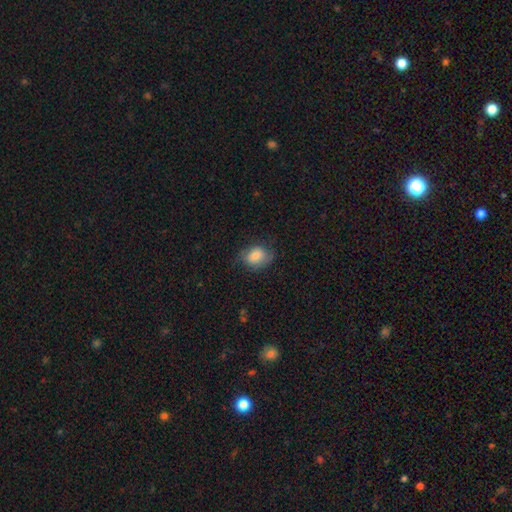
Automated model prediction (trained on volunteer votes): Q: Smooth or featured?
A: smooth (76%); runner-up: featured or disk (16%)
Q: How rounded?
A: in between (60%); runner-up: round (39%)
Q: Merging?
A: none (62%); runner-up: minor disturbance (27%)